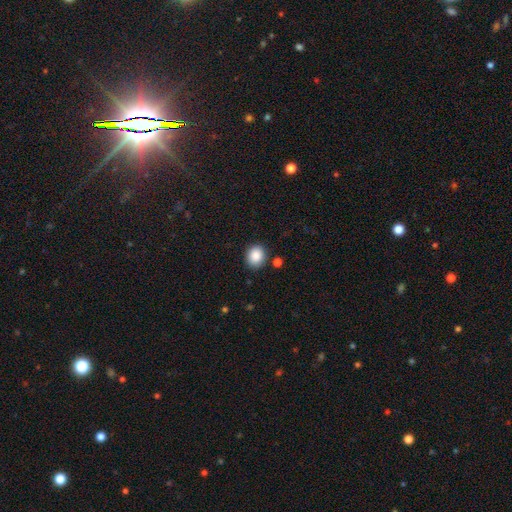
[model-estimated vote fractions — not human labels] Overall: smooth (87%). How rounded: round (68%; in between 31%). Merging: none (85%).